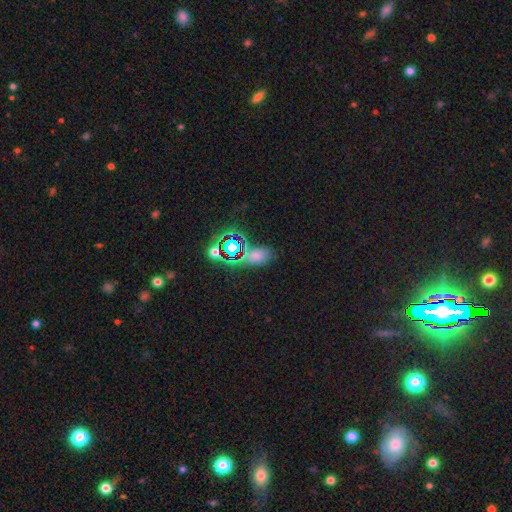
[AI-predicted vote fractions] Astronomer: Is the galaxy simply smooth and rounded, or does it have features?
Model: smooth — 56% (runner-up: star or artifact, 35%).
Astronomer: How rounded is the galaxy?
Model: in between — 81%.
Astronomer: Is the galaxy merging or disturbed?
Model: none — 66%.